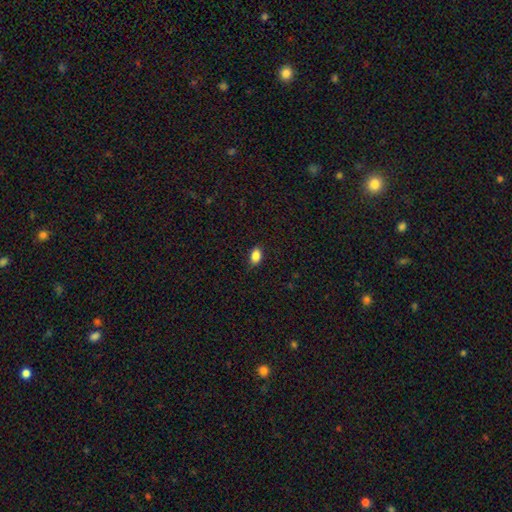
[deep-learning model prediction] Overall: smooth (87%). How rounded: in between (85%). Merging: none (81%).